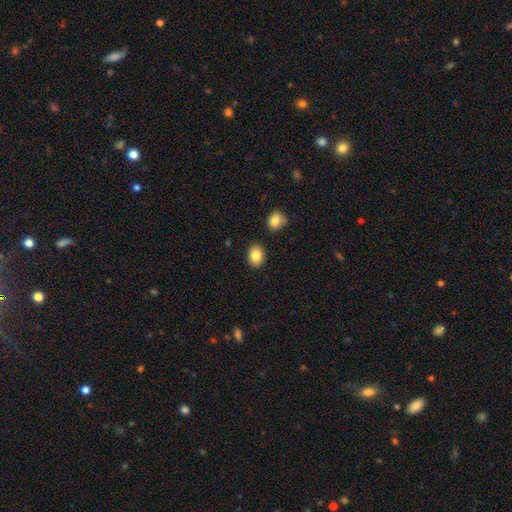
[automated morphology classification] smooth_or_featured: smooth (p=0.85) [alt: star or artifact p=0.08]
how_rounded: in between (p=0.68) [alt: round p=0.31]
merging: none (p=0.86) [alt: minor disturbance p=0.09]